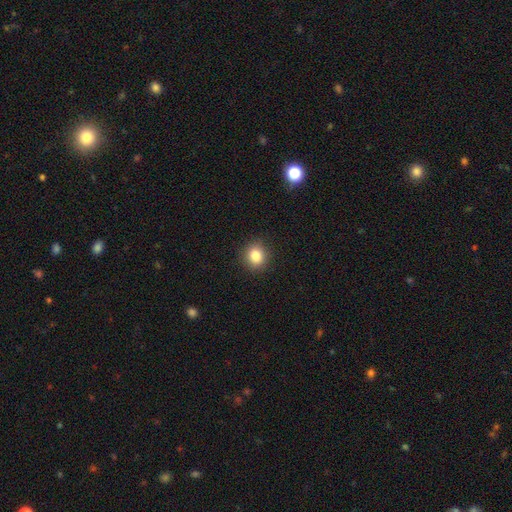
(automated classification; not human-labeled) Q: Smooth or featured?
A: smooth (84%); runner-up: star or artifact (11%)
Q: How rounded?
A: round (75%); runner-up: in between (24%)
Q: Merging?
A: none (90%); runner-up: minor disturbance (7%)